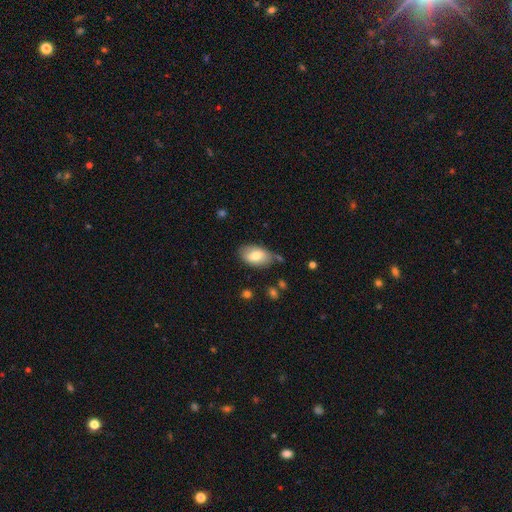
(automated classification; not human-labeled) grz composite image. It shows a smooth galaxy with no disk features (76%) that is in between round and cigar-shaped (93%). Merging: none (70%).